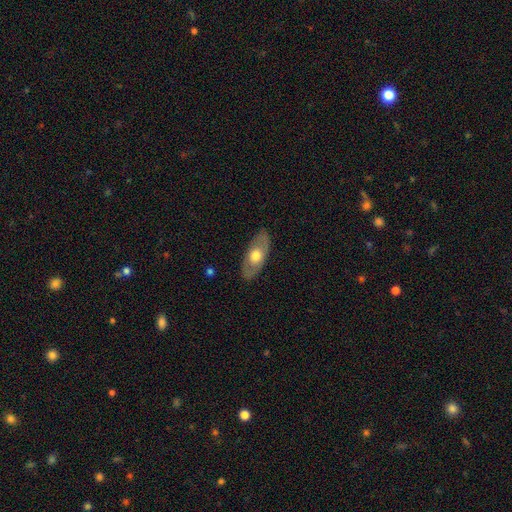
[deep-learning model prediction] Morphology: type=smooth (49%); merging=none (85%).